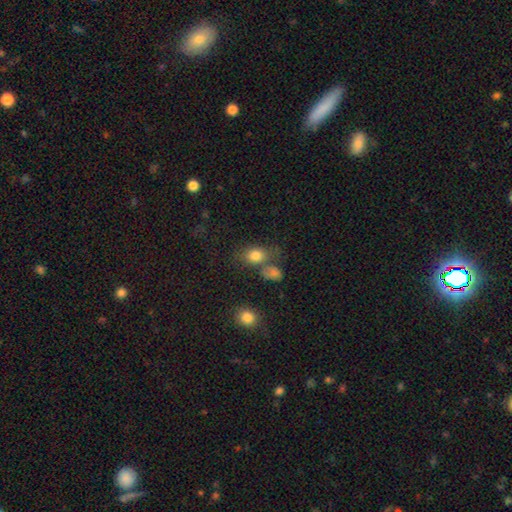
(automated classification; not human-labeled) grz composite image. It shows a smooth galaxy with no disk features (79%) that is in between round and cigar-shaped (64%). Merging: none (52%).